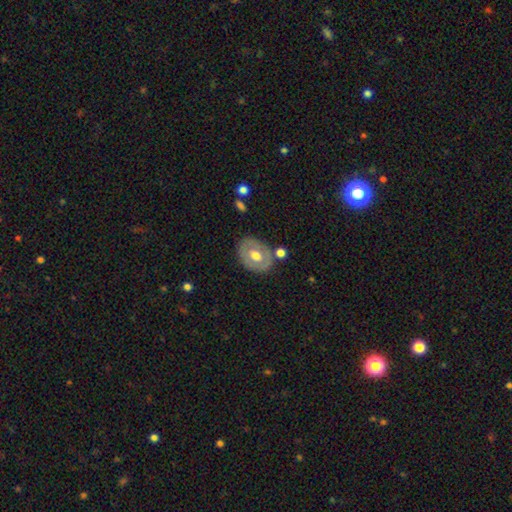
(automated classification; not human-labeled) A smooth galaxy with no disk features (48%). Merging: none (73%).